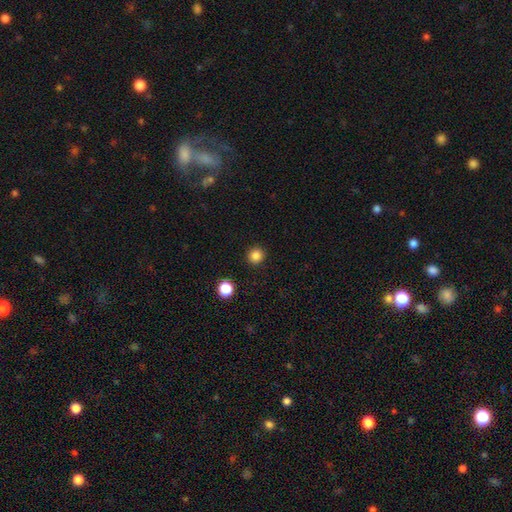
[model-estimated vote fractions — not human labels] Morphology: type=smooth (84%); roundness=round (94%); merging=none (92%).